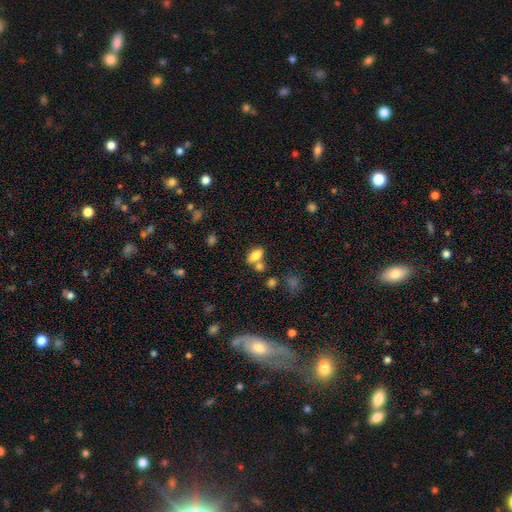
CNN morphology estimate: Smooth or featured? Predicted: smooth (p=0.79). How rounded? Predicted: in between (p=0.86). Merging? Predicted: none (p=0.56).